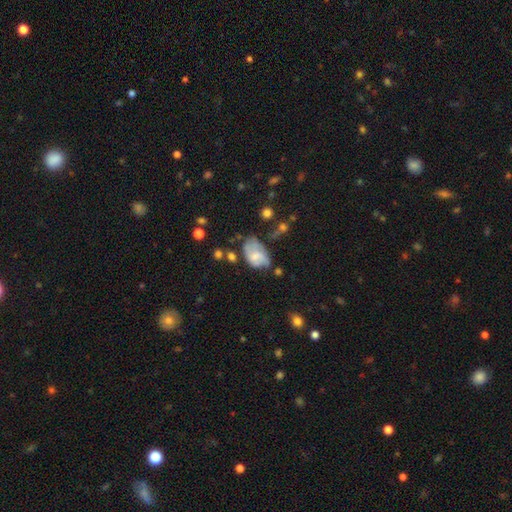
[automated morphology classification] type=smooth (52%); roundness=in between (86%); merging=minor disturbance (34%).